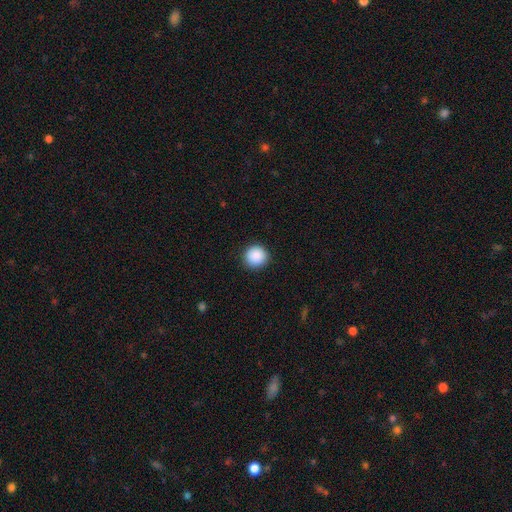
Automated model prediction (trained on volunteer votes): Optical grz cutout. It shows a smooth galaxy with no disk features (89%) that is round (94%). Merging: none (91%).